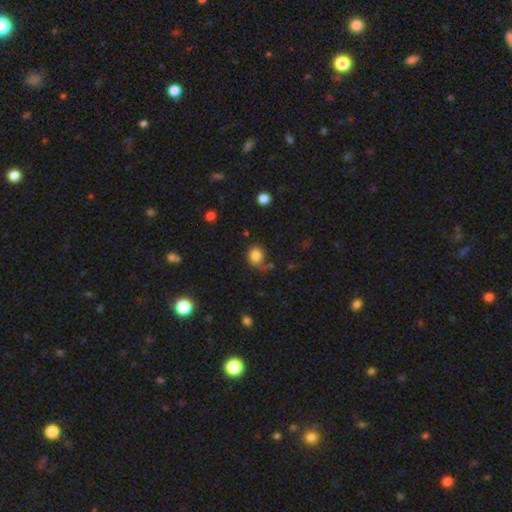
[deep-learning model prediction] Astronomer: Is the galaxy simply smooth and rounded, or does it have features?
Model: smooth — 82%.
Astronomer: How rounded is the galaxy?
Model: round — 65%.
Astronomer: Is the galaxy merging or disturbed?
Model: none — 60%.